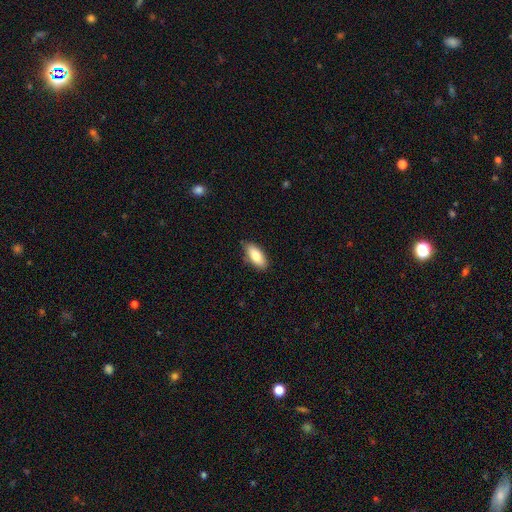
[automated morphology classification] Overall: smooth (81%). How rounded: in between (87%). Merging: none (82%).